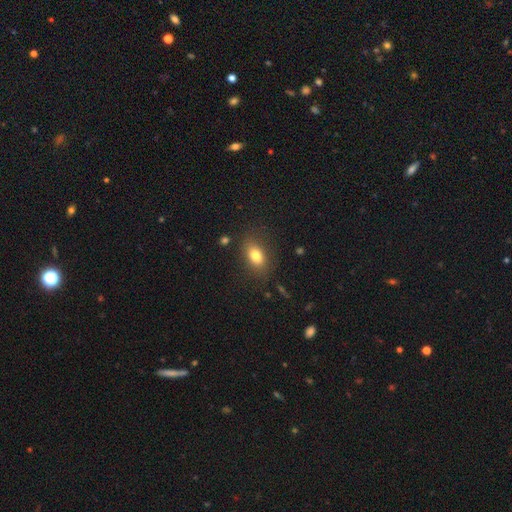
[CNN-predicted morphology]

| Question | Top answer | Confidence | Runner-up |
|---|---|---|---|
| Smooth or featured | smooth | 79% | featured or disk (11%) |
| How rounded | in between | 82% | round (15%) |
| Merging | none | 81% | minor disturbance (13%) |